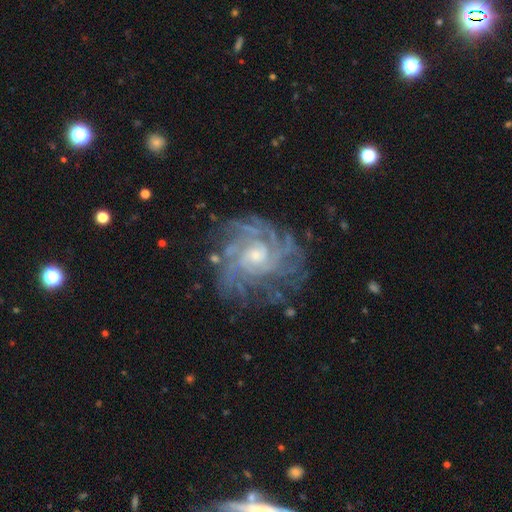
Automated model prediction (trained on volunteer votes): Morphology: type=featured or disk (89%); edge-on=no (97%); bar=no (72%); spiral arms=yes (97%); winding=tight (69%); arm count=more than 4 (28%); bulge=small (55%); merging=none (75%).